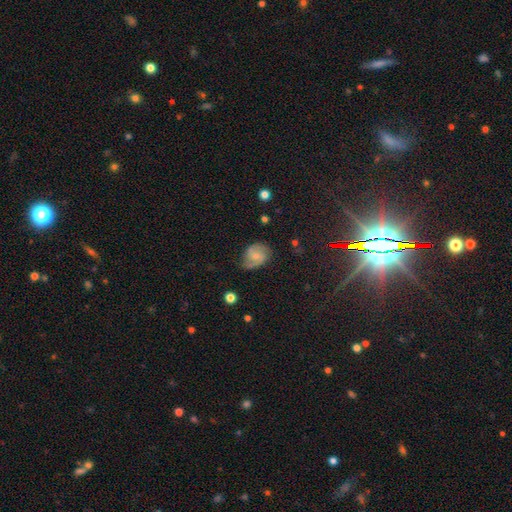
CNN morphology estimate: featured or disk 70%, smooth 22%, star or artifact 8%. Down the decision tree: edge-on disk — no (98%); bar — no (50%); spiral arms — yes (94%); spiral arm count — 2 (84%); spiral winding — medium (50%); bulge size — small (59%); merging — none (65%).